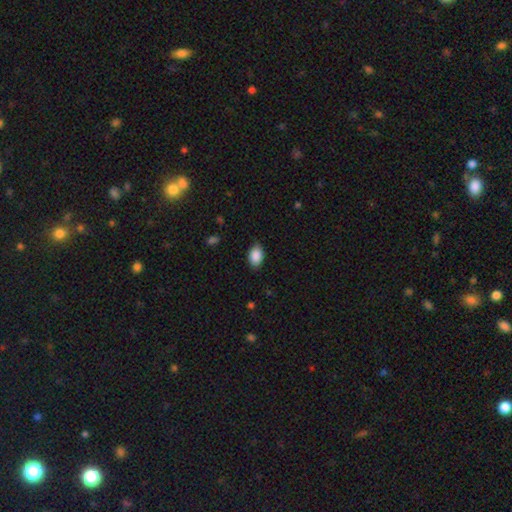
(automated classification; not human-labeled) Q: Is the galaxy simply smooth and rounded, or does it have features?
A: smooth — 89%.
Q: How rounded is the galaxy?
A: in between — 87%.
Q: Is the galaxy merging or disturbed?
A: none — 81%.